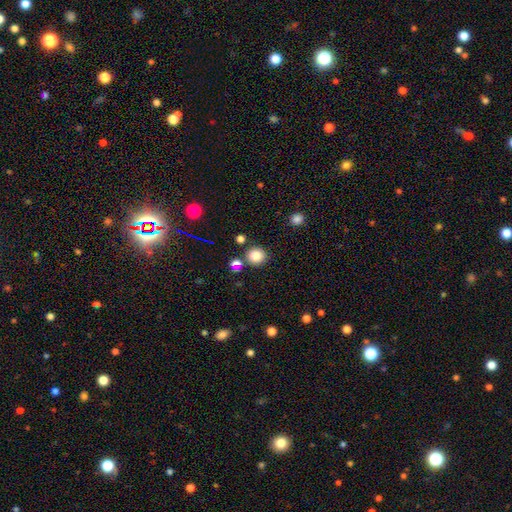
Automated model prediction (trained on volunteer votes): Morphology: type=smooth (83%); roundness=round (91%); merging=none (82%).